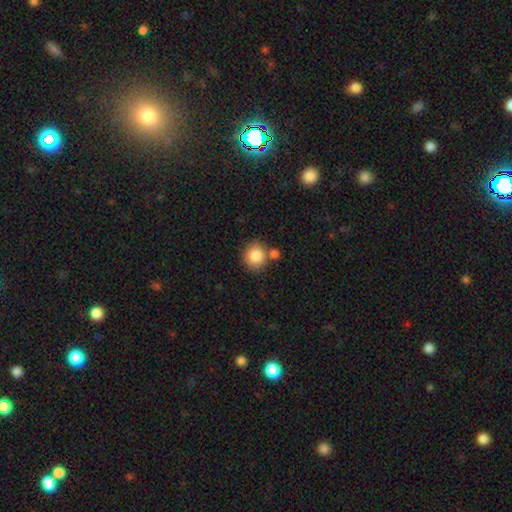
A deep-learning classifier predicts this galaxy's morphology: Q: Smooth or featured?
A: smooth (85%); runner-up: star or artifact (9%)
Q: How rounded?
A: round (89%); runner-up: in between (10%)
Q: Merging?
A: none (68%); runner-up: merger (19%)